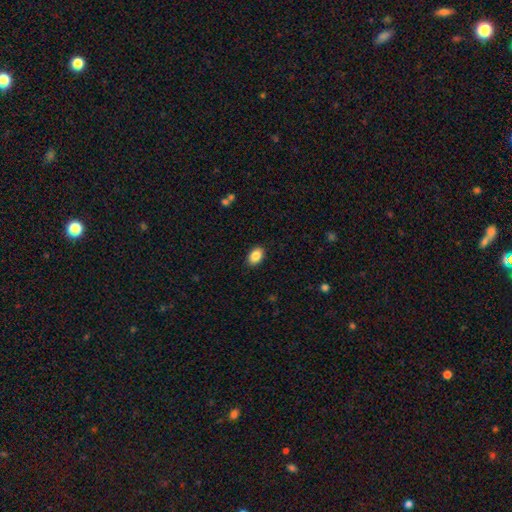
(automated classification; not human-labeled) smooth 87%, star or artifact 8%, featured or disk 5%. Down the decision tree: how rounded — in between (86%); merging — none (89%).